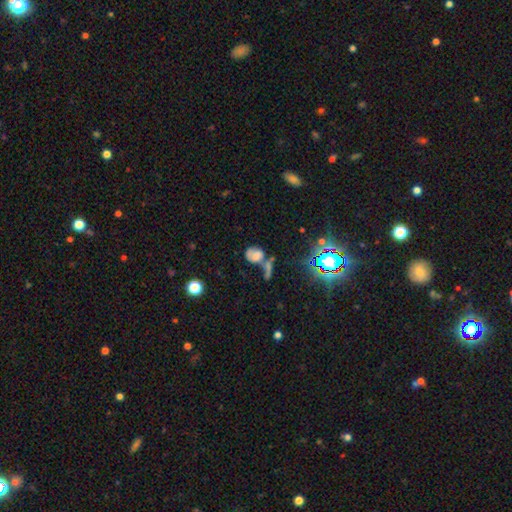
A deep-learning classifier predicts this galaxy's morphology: A smooth galaxy with no disk features (50%) that is in between round and cigar-shaped (57%). Merging: merger (47%).